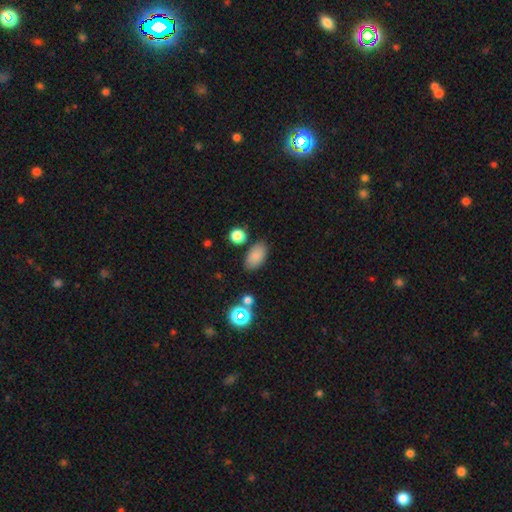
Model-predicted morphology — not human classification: Smooth or featured: smooth — 82% (star or artifact — 11%)
How rounded: in between — 91% (round — 7%)
Merging: none — 79% (minor disturbance — 13%)